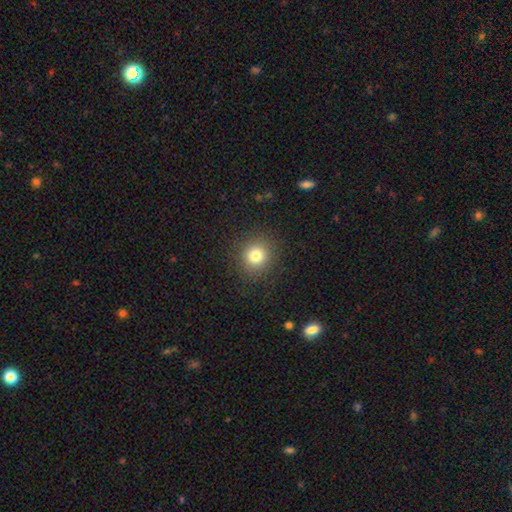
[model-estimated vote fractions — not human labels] Smooth or featured?
  - smooth: 80% *
  - star or artifact: 13%
  - featured or disk: 8%
How rounded?
  - round: 89% *
  - in between: 10%
  - cigar-shaped: 1%
Merging?
  - none: 89% *
  - minor disturbance: 7%
  - major disturbance: 3%
  - merger: 1%